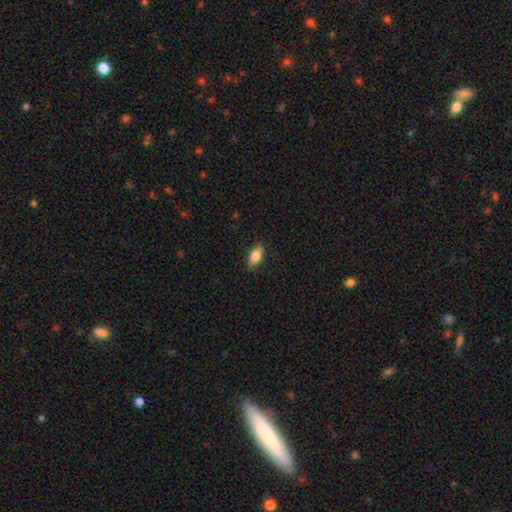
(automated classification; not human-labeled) This appears to be a smooth galaxy with no disk features (82%) that is in between round and cigar-shaped (84%). Merging: none (85%).